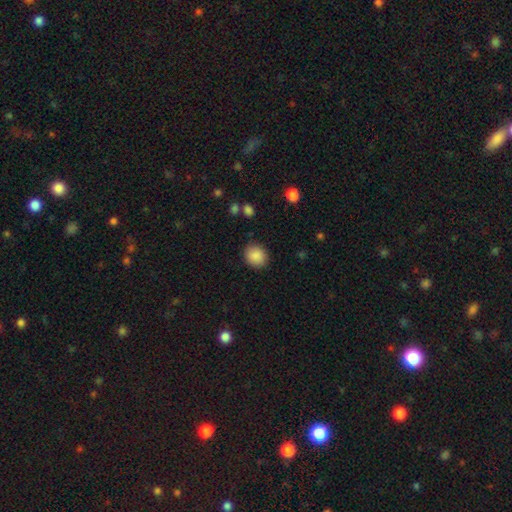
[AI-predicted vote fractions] Smooth or featured?
  - smooth: 88% *
  - star or artifact: 8%
  - featured or disk: 4%
How rounded?
  - round: 76% *
  - in between: 23%
  - cigar-shaped: 1%
Merging?
  - none: 88% *
  - minor disturbance: 8%
  - major disturbance: 3%
  - merger: 1%